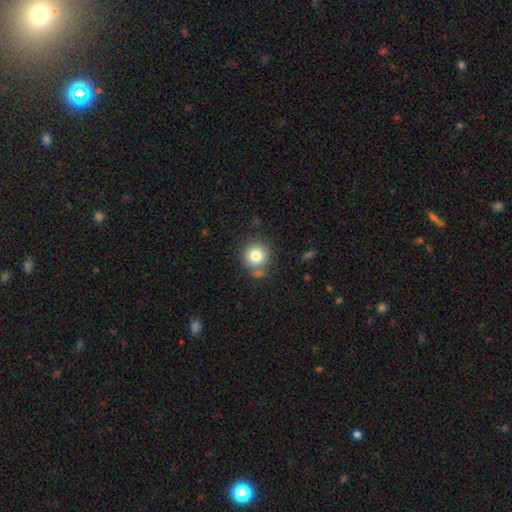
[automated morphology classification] A smooth galaxy with no disk features (81%) that is round (92%). Merging: none (74%).